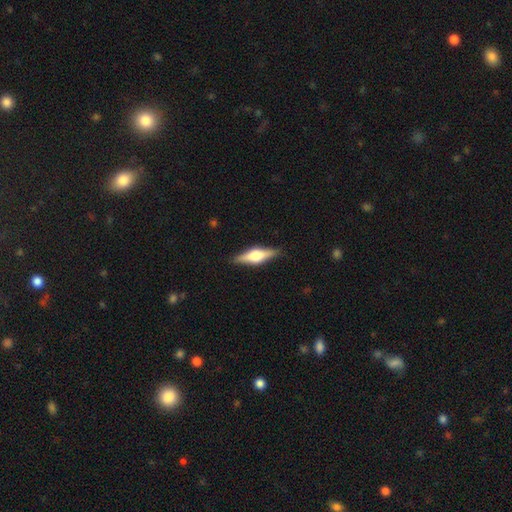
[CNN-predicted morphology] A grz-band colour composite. It shows a featured or disk galaxy (65%) viewed edge-on (96%) with a rounded central bulge (91%). Merging: none (89%).